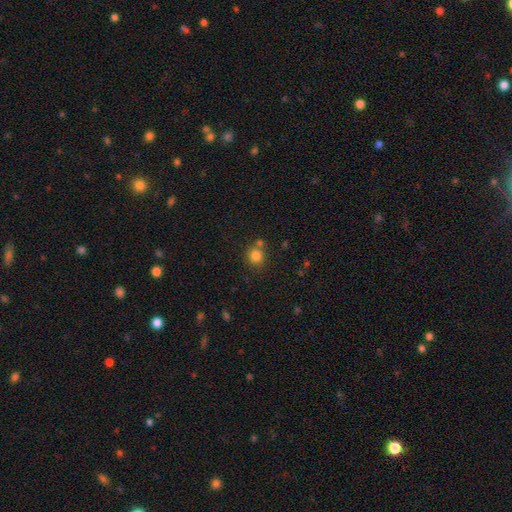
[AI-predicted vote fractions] A smooth galaxy with no disk features (82%) that is round (87%).

Vote fractions:
- Smooth or featured? smooth: 82% / star or artifact: 12% / featured or disk: 6%
- How rounded? round: 87% / in between: 12% / cigar-shaped: 1%
- Merging? none: 69% / merger: 18% / minor disturbance: 10% / major disturbance: 3%